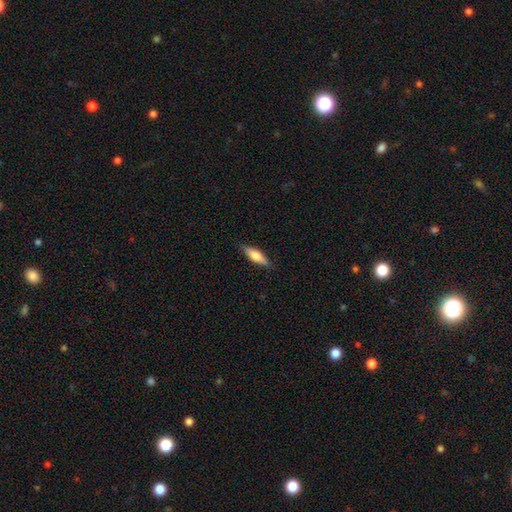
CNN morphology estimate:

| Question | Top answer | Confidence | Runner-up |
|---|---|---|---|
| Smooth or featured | smooth | 70% | featured or disk (25%) |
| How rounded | cigar-shaped | 53% | in between (45%) |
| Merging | none | 86% | minor disturbance (11%) |